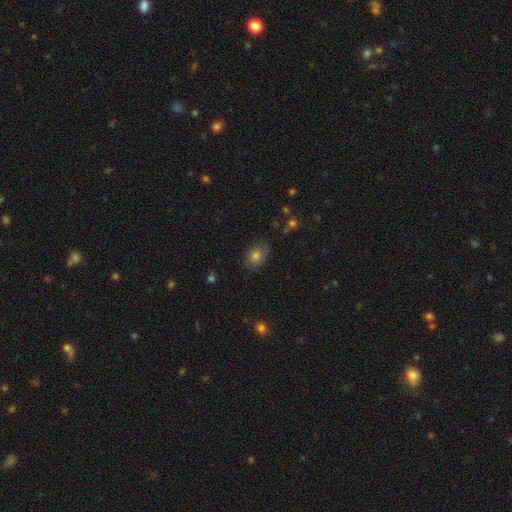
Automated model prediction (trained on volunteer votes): smooth-or-featured: smooth: 75% | featured or disk: 13% | star or artifact: 12%
  how-rounded: in between: 71% | round: 27% | cigar-shaped: 1%
  merging: none: 70% | minor disturbance: 23% | major disturbance: 5% | merger: 2%